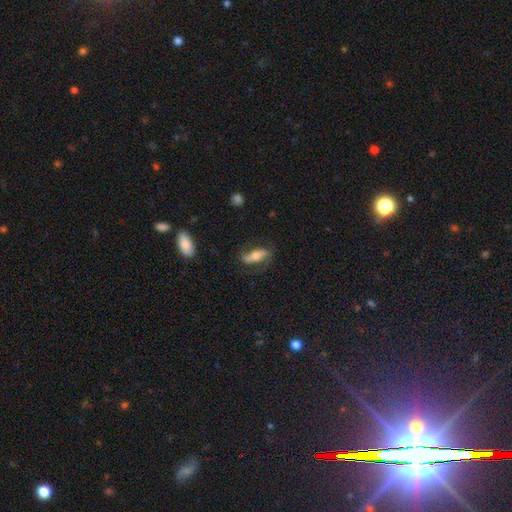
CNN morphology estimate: A featured or disk galaxy (47%). Merging: none (68%).